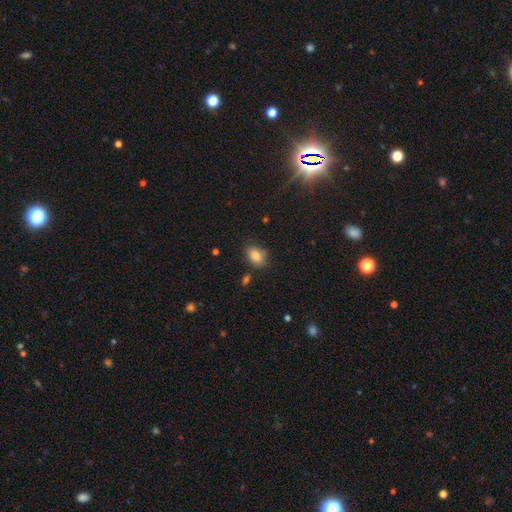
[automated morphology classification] smooth-or-featured: smooth: 84% | star or artifact: 9% | featured or disk: 7%
  how-rounded: in between: 77% | round: 22% | cigar-shaped: 1%
  merging: none: 75% | minor disturbance: 17% | merger: 4% | major disturbance: 4%